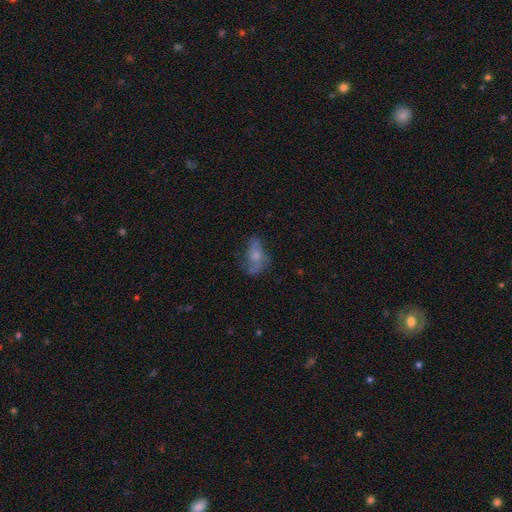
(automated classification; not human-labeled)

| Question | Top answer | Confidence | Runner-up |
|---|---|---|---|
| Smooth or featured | smooth | 54% | featured or disk (34%) |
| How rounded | in between | 84% | round (11%) |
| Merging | none | 38% | major disturbance (30%) |